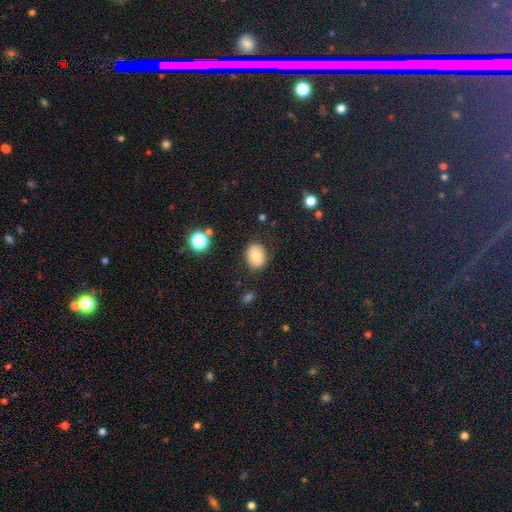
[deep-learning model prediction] A smooth galaxy with no disk features (76%) that is in between round and cigar-shaped (50%). Merging: none (84%).